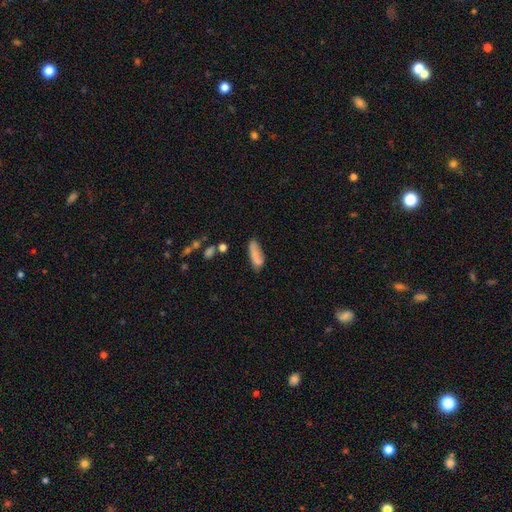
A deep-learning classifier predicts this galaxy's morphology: A smooth galaxy with no disk features (80%) that is in between round and cigar-shaped (59%). Merging: none (57%).